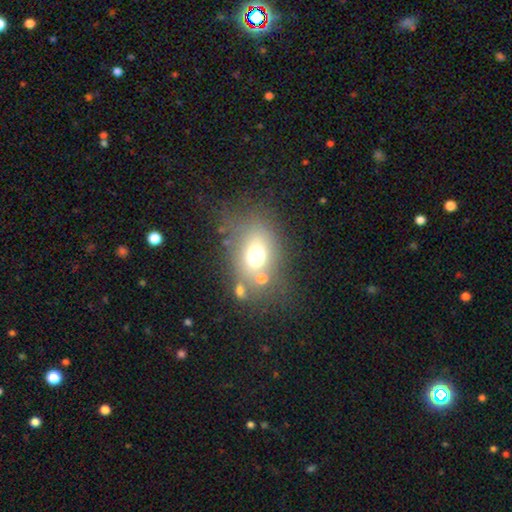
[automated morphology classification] This is likely a smooth galaxy (64%). How rounded: possibly in between (59%). Merging: possibly none (58%).